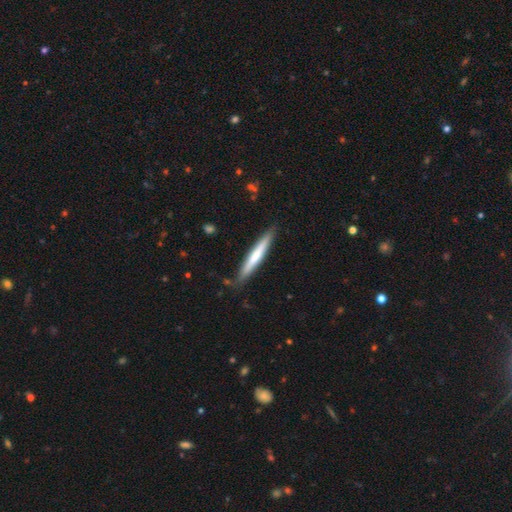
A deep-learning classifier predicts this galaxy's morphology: A smooth galaxy with no disk features (57%) that is cigar-shaped (95%). Merging: none (86%).